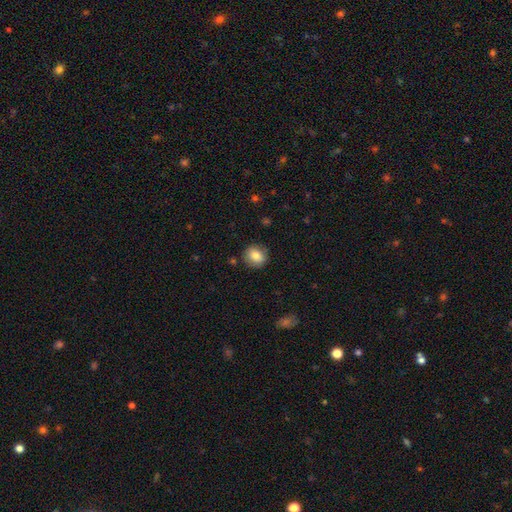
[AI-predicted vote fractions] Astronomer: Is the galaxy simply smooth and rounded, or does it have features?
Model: smooth — 81%.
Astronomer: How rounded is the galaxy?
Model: round — 75%.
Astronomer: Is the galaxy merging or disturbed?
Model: none — 84%.